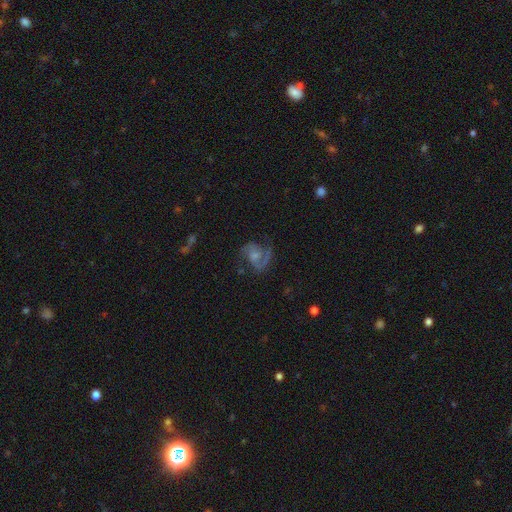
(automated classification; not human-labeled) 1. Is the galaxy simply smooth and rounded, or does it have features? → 78% featured or disk, 13% smooth, 9% star or artifact.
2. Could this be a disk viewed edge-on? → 98% no, 2% yes.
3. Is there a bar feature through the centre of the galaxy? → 59% no, 34% weak, 7% strong.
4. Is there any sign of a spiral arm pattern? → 93% yes, 7% no.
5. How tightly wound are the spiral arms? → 51% medium, 30% loose, 19% tight.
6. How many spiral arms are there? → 78% 2, 11% 1, 6% can't tell, 2% 3, 1% 4, 1% more than 4.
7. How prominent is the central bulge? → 42% small, 34% moderate, 16% none, 6% large, 2% dominant.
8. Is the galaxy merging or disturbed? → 60% none, 19% minor disturbance, 19% major disturbance, 2% merger.